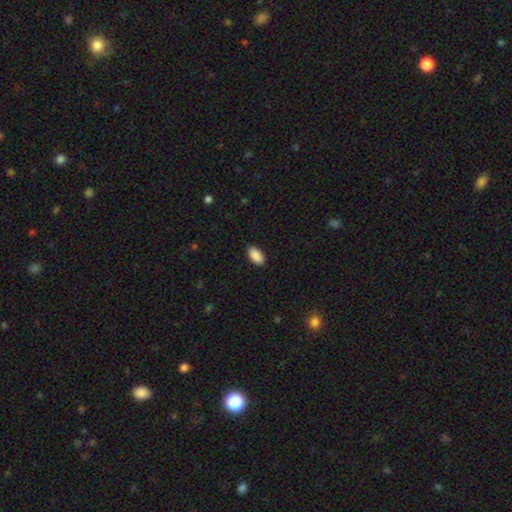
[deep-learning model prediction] This appears to be a smooth galaxy with no disk features (90%) that is in between round and cigar-shaped (95%). Merging: none (88%).